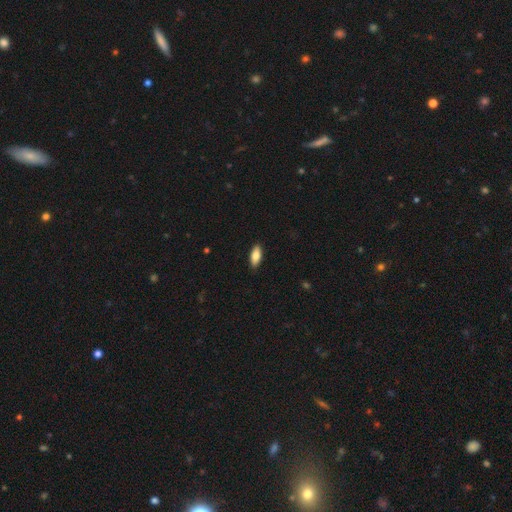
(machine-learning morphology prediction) Q: Smooth or featured?
A: smooth (82%); runner-up: featured or disk (12%)
Q: How rounded?
A: in between (84%); runner-up: cigar-shaped (14%)
Q: Merging?
A: none (88%); runner-up: minor disturbance (9%)